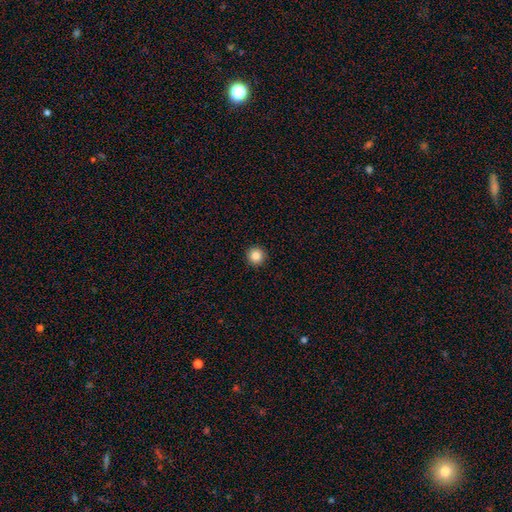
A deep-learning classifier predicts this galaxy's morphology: This is clearly a smooth galaxy (86%). How rounded: clearly round (96%). Merging: clearly none (94%).